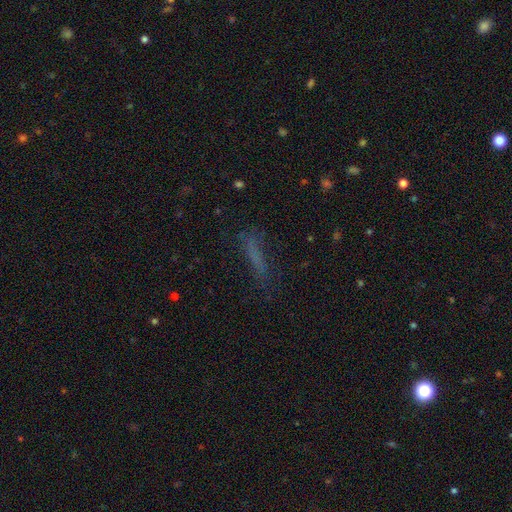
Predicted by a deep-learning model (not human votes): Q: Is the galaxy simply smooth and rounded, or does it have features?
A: smooth — 61%.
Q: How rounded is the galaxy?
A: cigar-shaped — 84%.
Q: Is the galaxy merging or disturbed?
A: none — 67%.